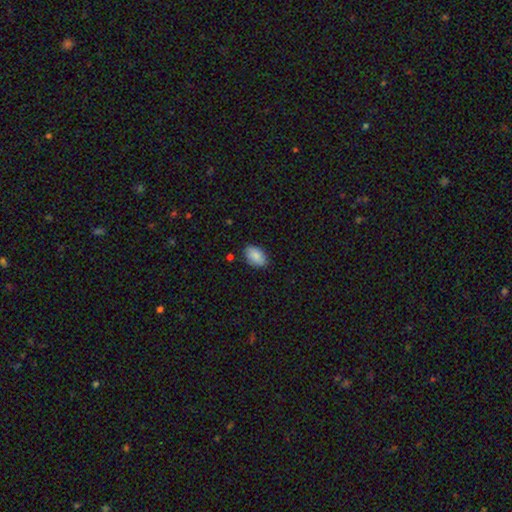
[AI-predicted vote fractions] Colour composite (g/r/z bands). It shows a smooth galaxy with no disk features (87%) that is in between round and cigar-shaped (91%). Merging: none (84%).